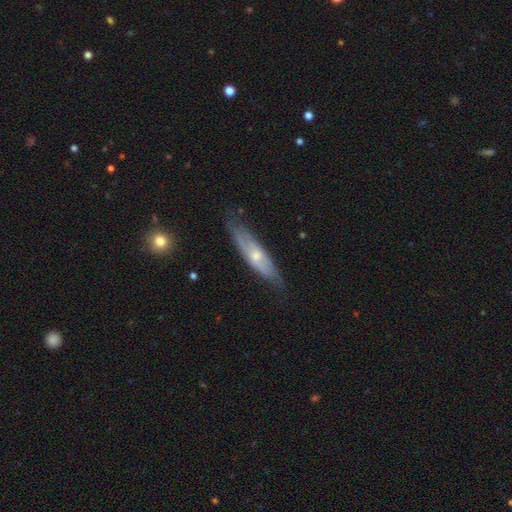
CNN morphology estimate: type=featured or disk (58%); edge-on=yes (59%); merging=none (73%).